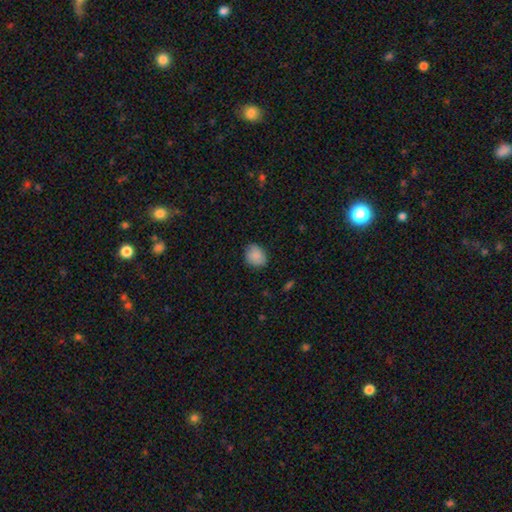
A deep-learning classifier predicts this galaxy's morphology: Overall: smooth (87%). How rounded: round (57%; in between 42%). Merging: none (78%).